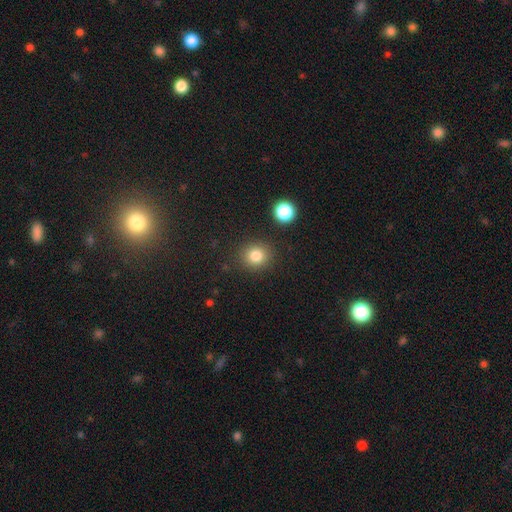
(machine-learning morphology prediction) This appears to be a smooth galaxy with no disk features (82%) that is round (85%). Merging: none (87%).